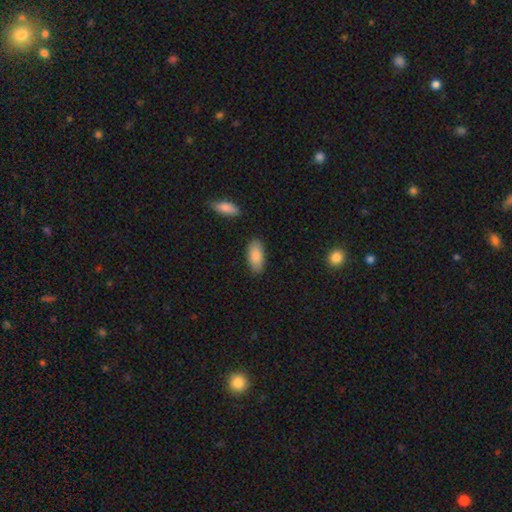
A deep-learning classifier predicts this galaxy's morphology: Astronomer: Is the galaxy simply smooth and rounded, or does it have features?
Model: smooth — 86%.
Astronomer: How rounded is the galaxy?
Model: in between — 89%.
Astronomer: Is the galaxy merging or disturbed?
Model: none — 84%.